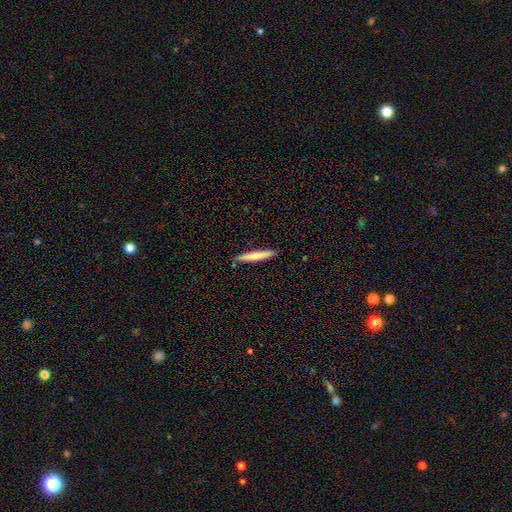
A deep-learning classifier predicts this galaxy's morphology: type=smooth (69%); roundness=cigar-shaped (95%); merging=none (89%).